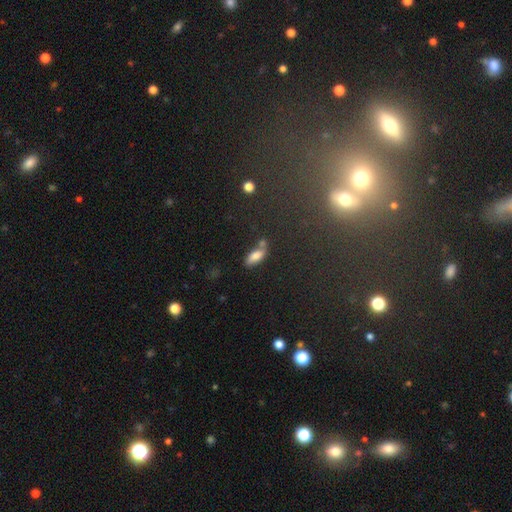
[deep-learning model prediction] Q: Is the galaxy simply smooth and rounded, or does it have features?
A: smooth — 74%.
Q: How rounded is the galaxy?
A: in between — 79%.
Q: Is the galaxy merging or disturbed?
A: none — 60%.